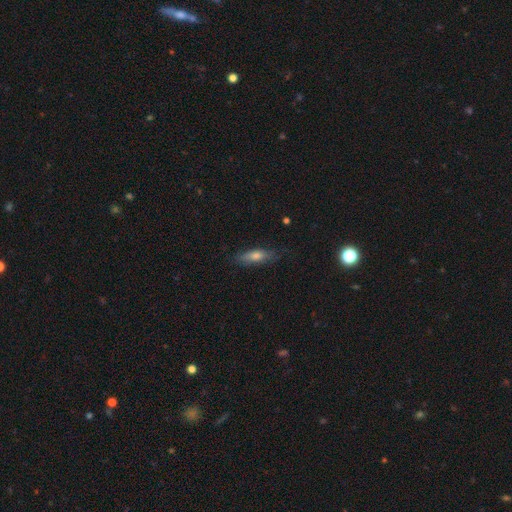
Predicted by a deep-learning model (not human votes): This is likely a smooth galaxy (65%). How rounded: possibly cigar-shaped (56%). Merging: likely none (78%).